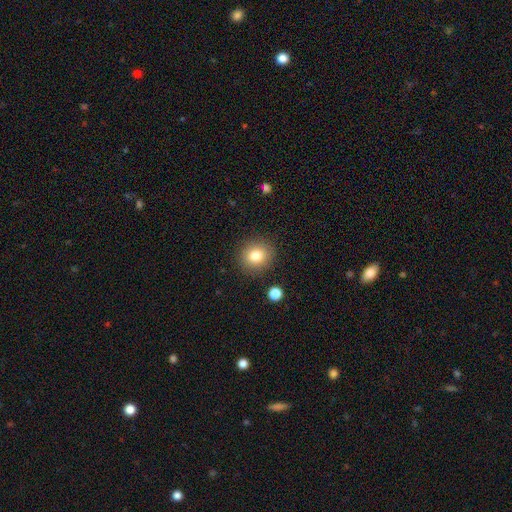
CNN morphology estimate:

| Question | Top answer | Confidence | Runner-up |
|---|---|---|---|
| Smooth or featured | smooth | 82% | star or artifact (10%) |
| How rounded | round | 81% | in between (18%) |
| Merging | none | 87% | minor disturbance (8%) |